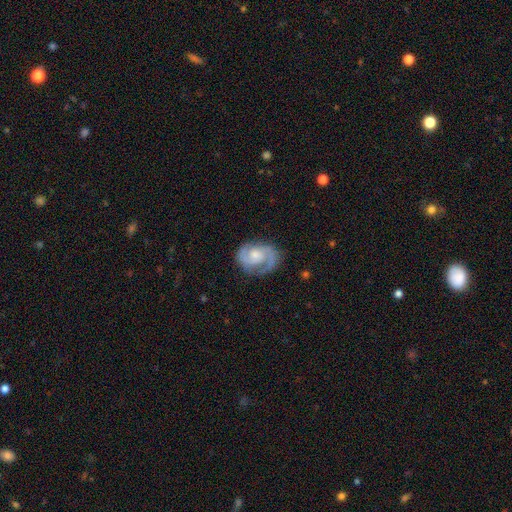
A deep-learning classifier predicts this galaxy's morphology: smooth_or_featured: featured or disk (p=0.86) [alt: smooth p=0.09]
disk_edge_on: no (p=0.98) [alt: yes p=0.02]
bar: no (p=0.61) [alt: weak p=0.34]
has_spiral_arms: yes (p=0.97) [alt: no p=0.03]
spiral_winding: medium (p=0.50) [alt: tight p=0.37]
spiral_arm_count: 2 (p=0.88) [alt: 1 p=0.05]
bulge_size: moderate (p=0.46) [alt: small p=0.37]
merging: none (p=0.75) [alt: minor disturbance p=0.17]